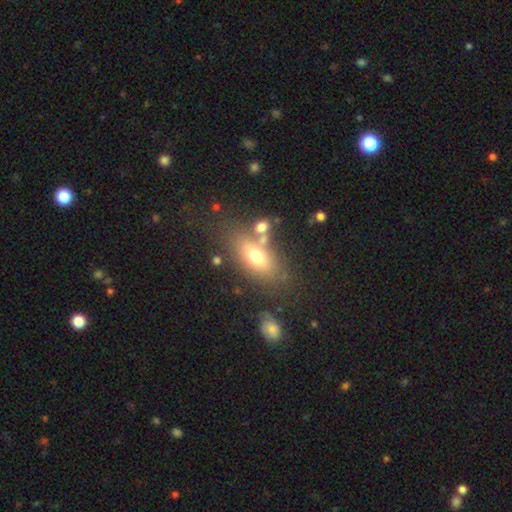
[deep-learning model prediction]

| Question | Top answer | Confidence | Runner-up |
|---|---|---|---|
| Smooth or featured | smooth | 66% | featured or disk (23%) |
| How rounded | in between | 78% | cigar-shaped (13%) |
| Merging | none | 65% | merger (14%) |